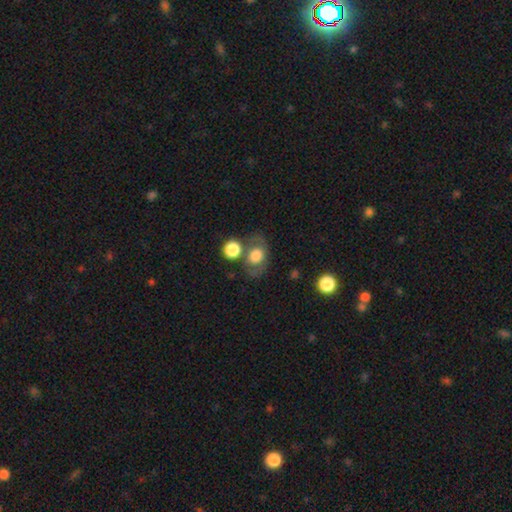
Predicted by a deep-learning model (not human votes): smooth-or-featured: smooth: 62% | featured or disk: 29% | star or artifact: 9%
  how-rounded: in between: 61% | round: 38% | cigar-shaped: 2%
  merging: none: 58% | merger: 17% | minor disturbance: 16% | major disturbance: 8%